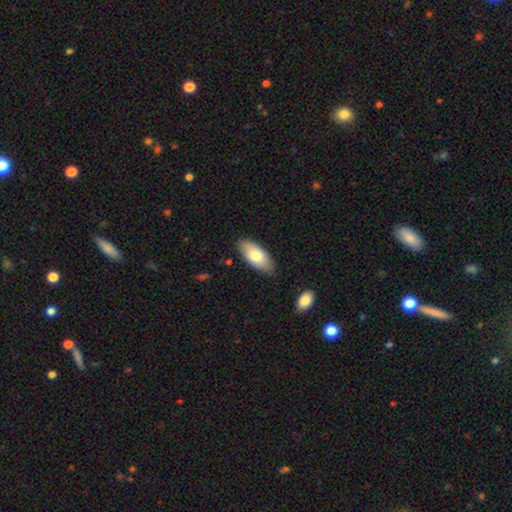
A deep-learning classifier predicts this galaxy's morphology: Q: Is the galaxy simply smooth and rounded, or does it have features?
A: smooth — 76%.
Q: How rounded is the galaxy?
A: in between — 89%.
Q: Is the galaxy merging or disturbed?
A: none — 85%.